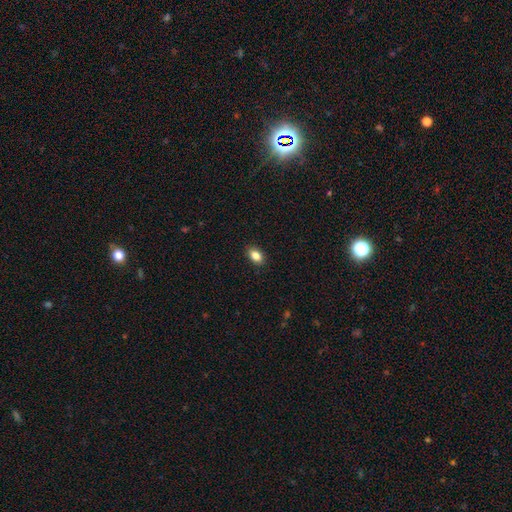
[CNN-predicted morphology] A smooth galaxy with no disk features (85%) that is in between round and cigar-shaped (87%). Merging: none (90%).